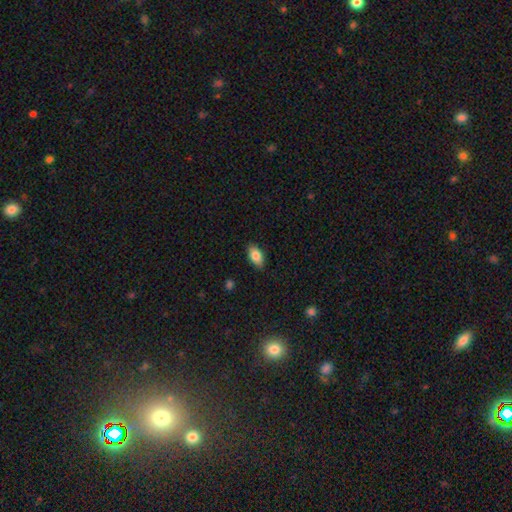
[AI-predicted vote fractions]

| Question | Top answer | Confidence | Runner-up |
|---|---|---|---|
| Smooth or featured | smooth | 82% | featured or disk (10%) |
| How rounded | in between | 91% | round (5%) |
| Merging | none | 86% | minor disturbance (11%) |